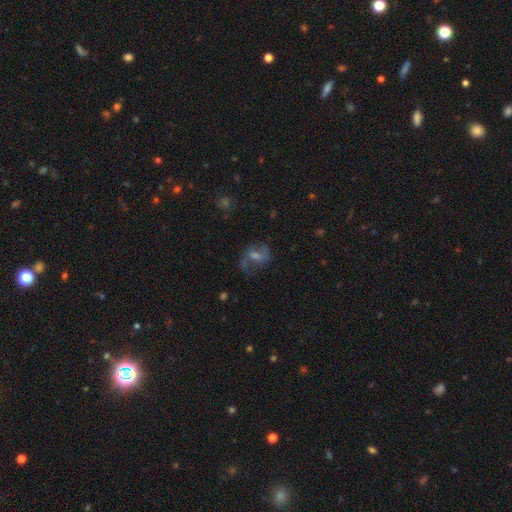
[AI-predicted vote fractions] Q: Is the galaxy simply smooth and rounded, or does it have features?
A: featured or disk — 65%.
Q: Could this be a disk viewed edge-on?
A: no — 96%.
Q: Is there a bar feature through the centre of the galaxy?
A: weak — 48%.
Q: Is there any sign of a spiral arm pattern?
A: yes — 87%.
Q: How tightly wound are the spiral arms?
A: medium — 46%.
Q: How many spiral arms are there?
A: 2 — 81%.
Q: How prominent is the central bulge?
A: moderate — 43%.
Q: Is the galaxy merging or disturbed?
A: none — 67%.